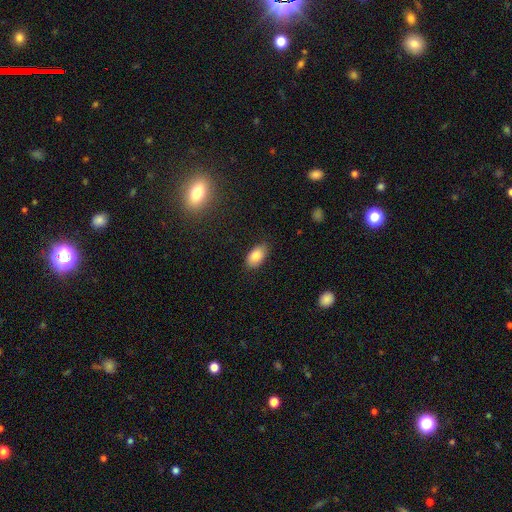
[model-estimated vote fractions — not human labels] Smooth or featured?
  - smooth: 85% *
  - star or artifact: 8%
  - featured or disk: 7%
How rounded?
  - in between: 93% *
  - round: 5%
  - cigar-shaped: 2%
Merging?
  - none: 81% *
  - minor disturbance: 15%
  - major disturbance: 3%
  - merger: 1%